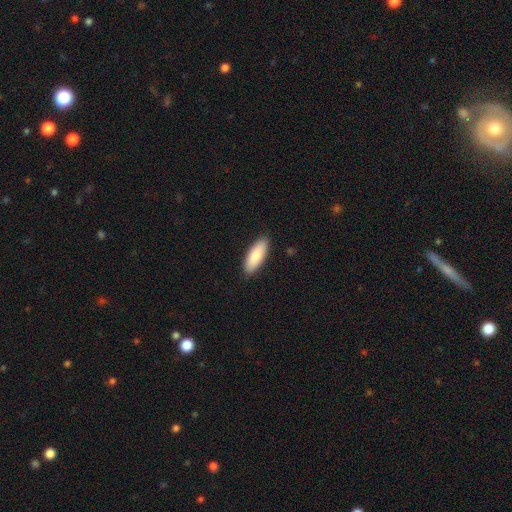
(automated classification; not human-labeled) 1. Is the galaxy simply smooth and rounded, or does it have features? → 85% smooth, 10% featured or disk, 6% star or artifact.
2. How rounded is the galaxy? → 69% in between, 29% cigar-shaped, 2% round.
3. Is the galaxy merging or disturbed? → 89% none, 9% minor disturbance, 2% major disturbance, 1% merger.